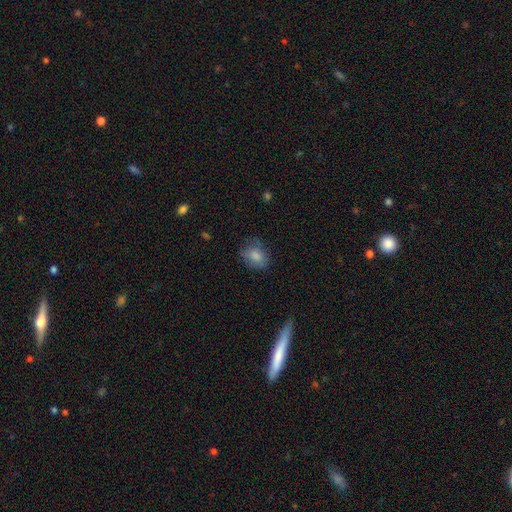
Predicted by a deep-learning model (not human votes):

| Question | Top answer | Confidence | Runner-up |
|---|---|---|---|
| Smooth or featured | smooth | 79% | featured or disk (12%) |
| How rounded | in between | 68% | round (31%) |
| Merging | none | 63% | minor disturbance (25%) |